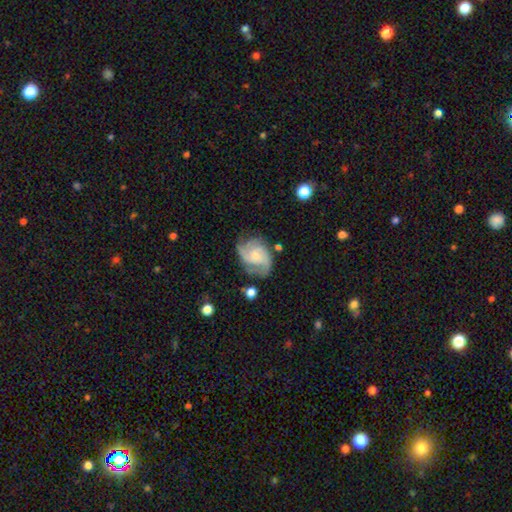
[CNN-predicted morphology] This appears to be a featured or disk galaxy (80%) with no bar (62%), 2 (40%) medium (49%) spiral arms (95%) and a small central bulge (54%). Merging: none (63%).